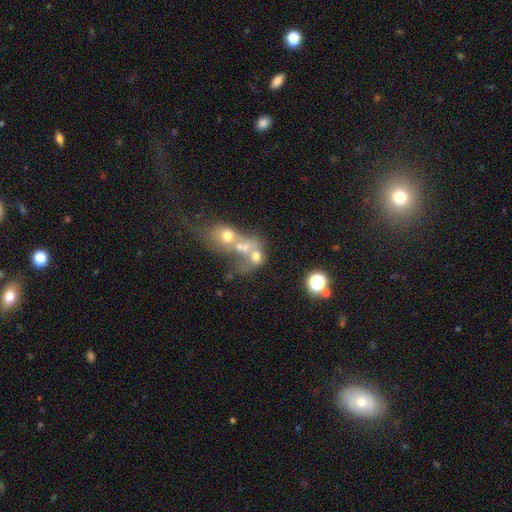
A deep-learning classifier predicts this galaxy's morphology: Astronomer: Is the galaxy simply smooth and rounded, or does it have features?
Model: smooth — 46% (runner-up: featured or disk, 33%).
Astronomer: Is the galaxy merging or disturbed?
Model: merger — 65%.